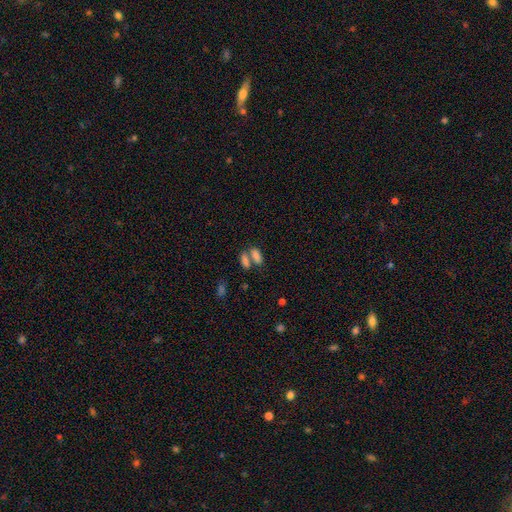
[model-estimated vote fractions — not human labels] smooth_or_featured: smooth (p=0.80) [alt: star or artifact p=0.10]
how_rounded: in between (p=0.84) [alt: cigar-shaped p=0.10]
merging: merger (p=0.53) [alt: none p=0.34]